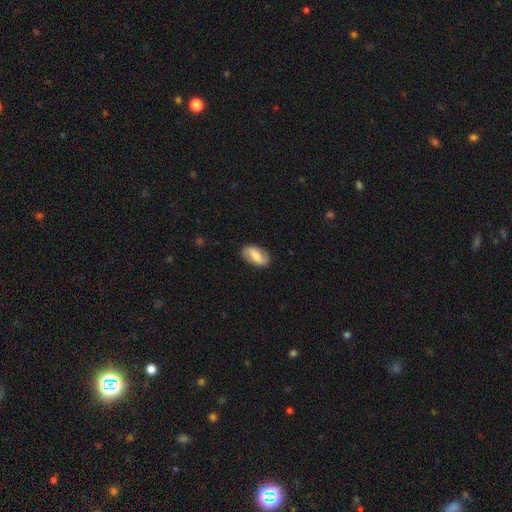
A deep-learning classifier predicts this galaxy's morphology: Smooth or featured?
  - featured or disk: 56% *
  - smooth: 38%
  - star or artifact: 6%
Edge-on disk?
  - no: 95% *
  - yes: 5%
Bar?
  - weak: 43% *
  - strong: 29%
  - no: 27%
Spiral arms?
  - yes: 86% *
  - no: 14%
Bulge size?
  - moderate: 49% *
  - small: 28%
  - large: 12%
  - none: 8%
  - dominant: 2%
Merging?
  - none: 86% *
  - minor disturbance: 11%
  - major disturbance: 3%
  - merger: 1%